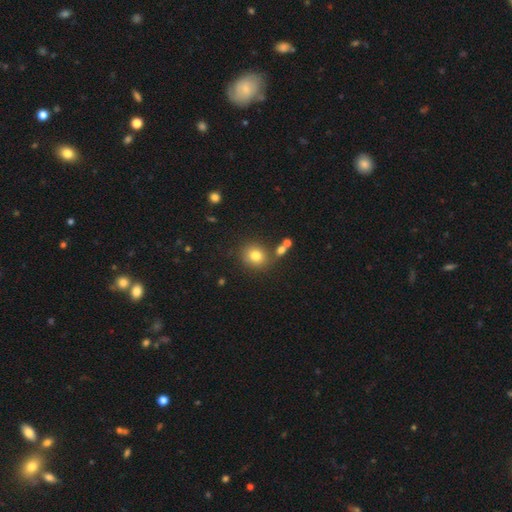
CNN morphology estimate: Smooth or featured? Predicted: smooth (p=0.79). How rounded? Predicted: round (p=0.80). Merging? Predicted: none (p=0.76).